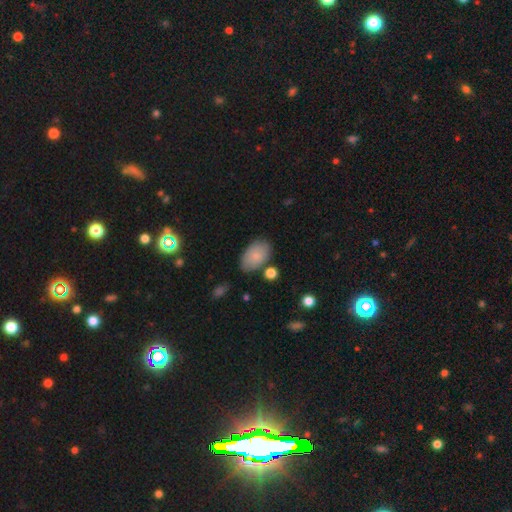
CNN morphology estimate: smooth-or-featured: smooth: 81% | featured or disk: 13% | star or artifact: 6%
  how-rounded: in between: 92% | round: 7% | cigar-shaped: 1%
  merging: none: 72% | minor disturbance: 18% | merger: 6% | major disturbance: 4%